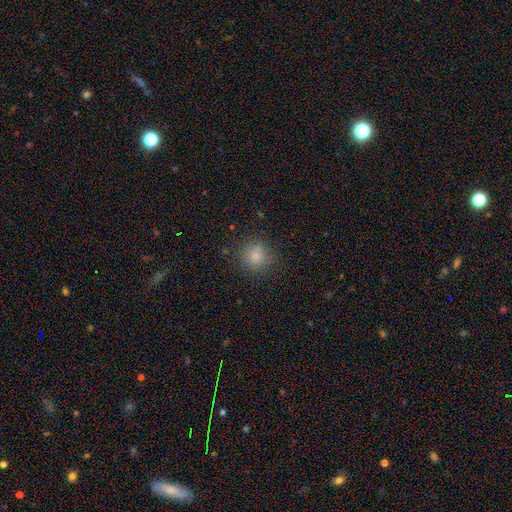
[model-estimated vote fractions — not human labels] smooth-or-featured: smooth: 82% | star or artifact: 12% | featured or disk: 5%
  how-rounded: round: 90% | in between: 9% | cigar-shaped: 1%
  merging: none: 83% | minor disturbance: 11% | major disturbance: 4% | merger: 1%